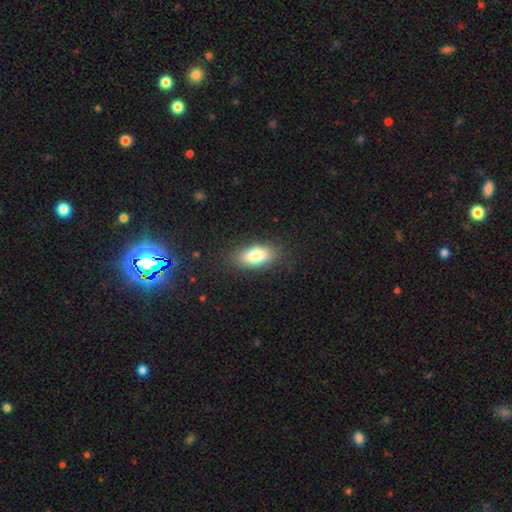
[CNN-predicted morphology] A smooth galaxy with no disk features (79%) that is in between round and cigar-shaped (88%).

Vote fractions:
- Smooth or featured? smooth: 79% / featured or disk: 13% / star or artifact: 8%
- How rounded? in between: 88% / cigar-shaped: 7% / round: 5%
- Merging? none: 84% / minor disturbance: 11% / major disturbance: 3% / merger: 1%